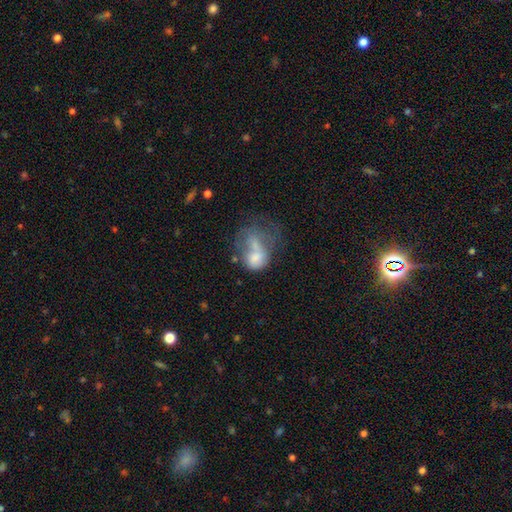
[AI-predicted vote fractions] This appears to be a smooth galaxy with no disk features (55%) that is in between round and cigar-shaped (67%). Merging: major disturbance (37%).